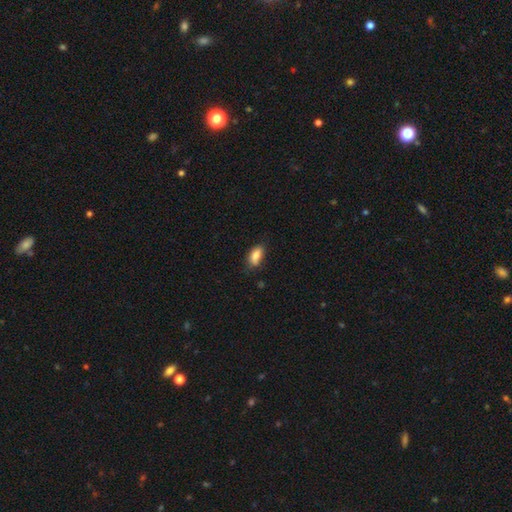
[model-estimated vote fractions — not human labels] Smooth or featured? smooth (85%)
How rounded? in between (89%)
Merging? none (68%)